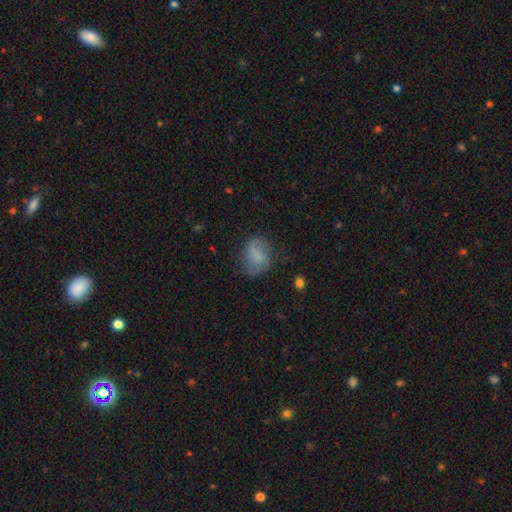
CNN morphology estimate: Smooth or featured? Predicted: smooth (p=0.58). How rounded? Predicted: in between (p=0.59). Merging? Predicted: none (p=0.60).